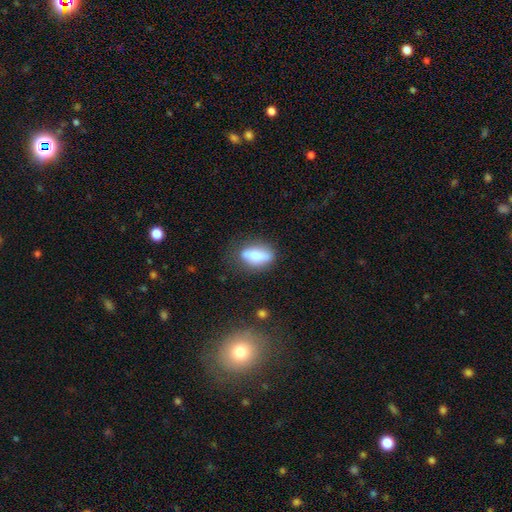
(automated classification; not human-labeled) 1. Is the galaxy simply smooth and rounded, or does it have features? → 67% smooth, 26% featured or disk, 7% star or artifact.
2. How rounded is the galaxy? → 78% in between, 15% cigar-shaped, 8% round.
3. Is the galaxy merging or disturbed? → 73% none, 18% minor disturbance, 6% major disturbance, 3% merger.